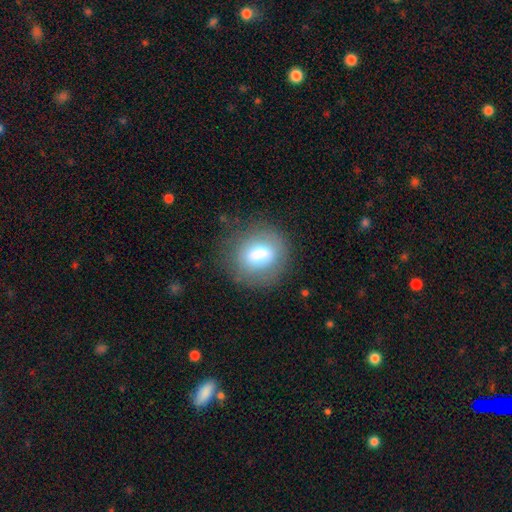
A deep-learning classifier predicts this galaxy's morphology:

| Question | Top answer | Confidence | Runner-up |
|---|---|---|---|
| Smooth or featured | smooth | 72% | featured or disk (18%) |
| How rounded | round | 65% | in between (33%) |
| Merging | none | 73% | minor disturbance (16%) |